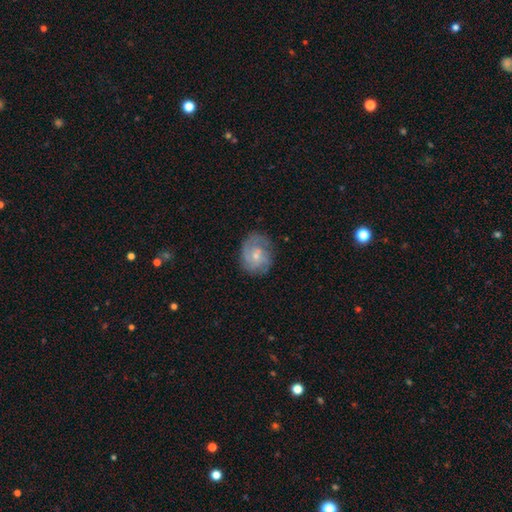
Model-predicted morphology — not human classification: A featured or disk galaxy (64%) with no bar (66%), tight (42%) spiral arms (88%) and a small central bulge (61%).

Vote fractions:
- Smooth or featured? featured or disk: 64% / smooth: 29% / star or artifact: 7%
- Edge-on disk? no: 98% / yes: 2%
- Bar? no: 66% / weak: 30% / strong: 4%
- Spiral arms? yes: 88% / no: 12%
- Spiral winding? tight: 42% / medium: 41% / loose: 17%
- Spiral arm count? can't tell: 31% / 2: 29% / 3: 22% / 1: 8% / 4: 6% / more than 4: 4%
- Bulge size? small: 61% / moderate: 33% / none: 4% / large: 2% / dominant: 1%
- Merging? none: 70% / minor disturbance: 20% / major disturbance: 9% / merger: 2%